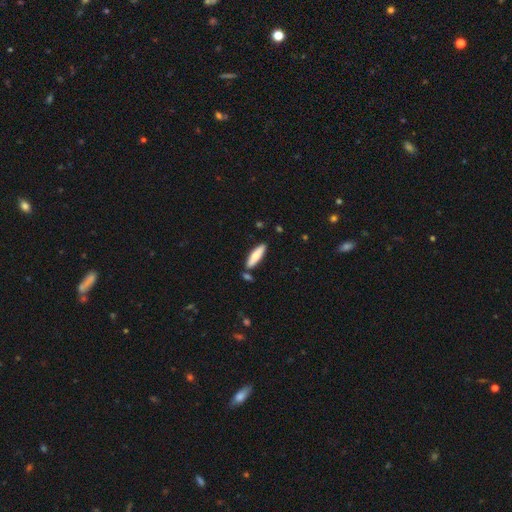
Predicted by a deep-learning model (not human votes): Smooth or featured?
  - smooth: 69% *
  - featured or disk: 26%
  - star or artifact: 5%
How rounded?
  - cigar-shaped: 69% *
  - in between: 30%
  - round: 2%
Merging?
  - none: 82% *
  - minor disturbance: 11%
  - merger: 6%
  - major disturbance: 2%